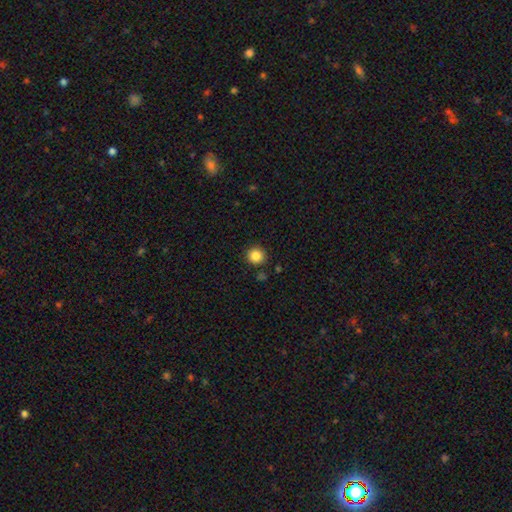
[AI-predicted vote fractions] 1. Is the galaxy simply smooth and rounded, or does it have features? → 85% smooth, 10% star or artifact, 4% featured or disk.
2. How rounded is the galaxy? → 93% round, 6% in between, 1% cigar-shaped.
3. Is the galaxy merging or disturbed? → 89% none, 6% minor disturbance, 2% merger, 2% major disturbance.